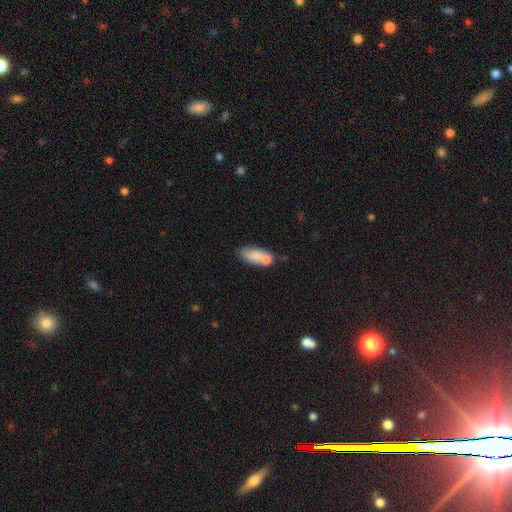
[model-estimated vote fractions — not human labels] Smooth or featured: smooth — 77% (featured or disk — 16%)
How rounded: in between — 76% (cigar-shaped — 20%)
Merging: none — 47% (merger — 28%)